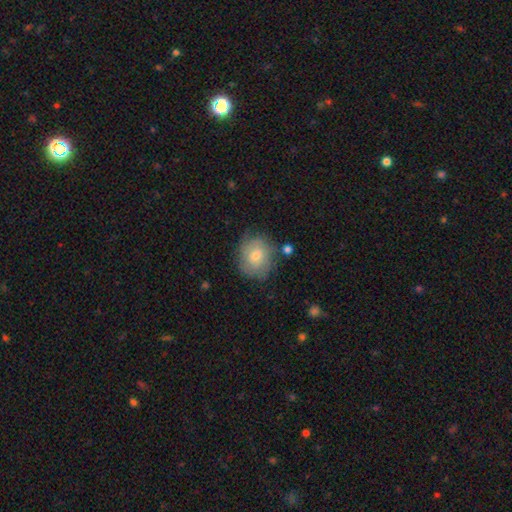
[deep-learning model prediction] Smooth or featured: smooth — 59% (featured or disk — 33%)
How rounded: round — 75% (in between — 24%)
Merging: none — 72% (minor disturbance — 20%)